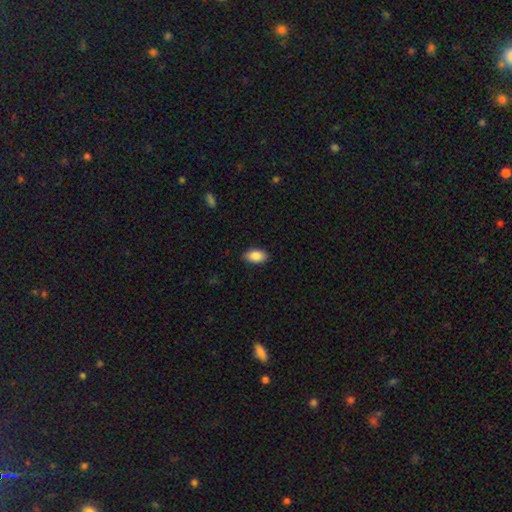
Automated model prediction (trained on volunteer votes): Smooth or featured?
  - smooth: 88% *
  - star or artifact: 7%
  - featured or disk: 5%
How rounded?
  - in between: 93% *
  - round: 5%
  - cigar-shaped: 2%
Merging?
  - none: 88% *
  - minor disturbance: 9%
  - major disturbance: 2%
  - merger: 1%